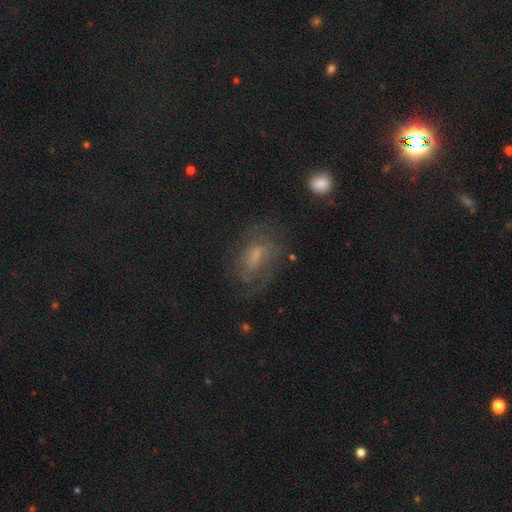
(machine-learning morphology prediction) The model was most divided on "bulge size": small: 41%, moderate: 36%, none: 16%, large: 6%, dominant: 2%. Remaining: edge-on disk — no (95%); spiral arms — yes (78%); merging — none (59%); smooth or featured — featured or disk (57%); bar — weak (48%).